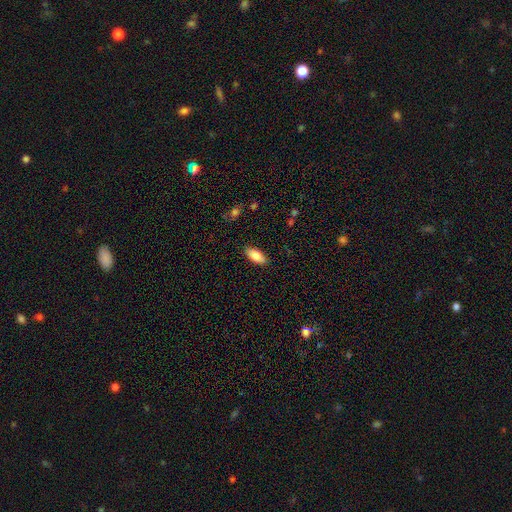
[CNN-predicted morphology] This appears to be a smooth galaxy with no disk features (82%) that is in between round and cigar-shaped (87%). Merging: none (88%).